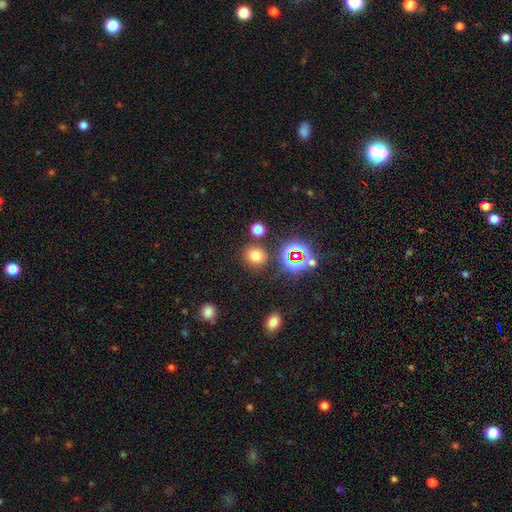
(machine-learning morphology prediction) smooth 70%, star or artifact 23%, featured or disk 7%. Down the decision tree: how rounded — round (84%); merging — none (81%).